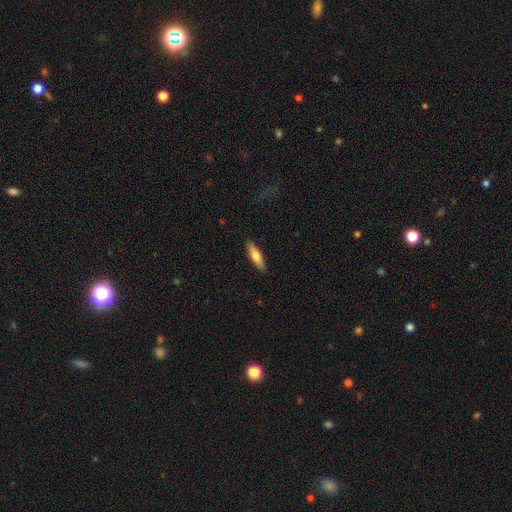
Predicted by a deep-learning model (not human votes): smooth 68%, featured or disk 27%, star or artifact 6%. Down the decision tree: how rounded — cigar-shaped (65%); merging — none (89%).